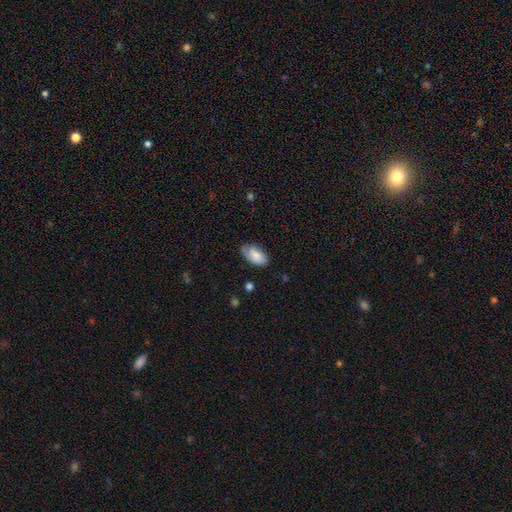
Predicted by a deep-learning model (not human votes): A smooth galaxy with no disk features (80%) that is in between round and cigar-shaped (94%).

Vote fractions:
- Smooth or featured? smooth: 80% / featured or disk: 14% / star or artifact: 7%
- How rounded? in between: 94% / round: 3% / cigar-shaped: 3%
- Merging? none: 68% / minor disturbance: 25% / major disturbance: 5% / merger: 2%